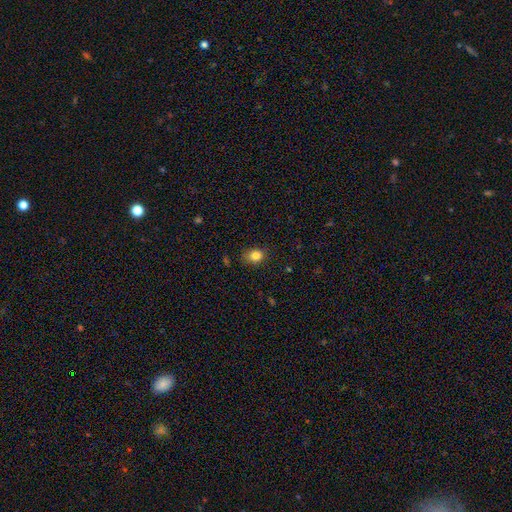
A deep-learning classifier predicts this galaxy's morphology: This is clearly a smooth galaxy (84%). How rounded: possibly in between (52%). Merging: likely none (78%).